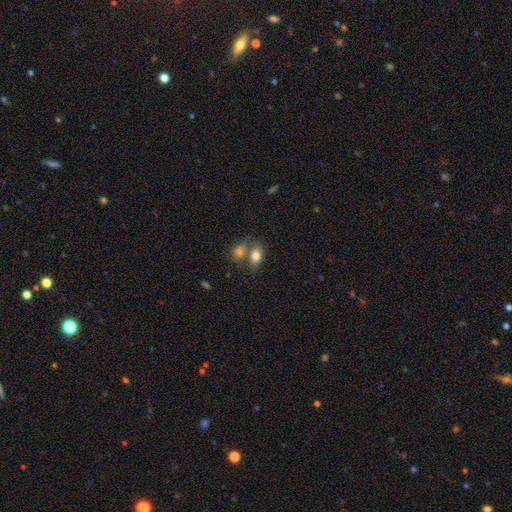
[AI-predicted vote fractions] smooth-or-featured: smooth: 80% | featured or disk: 11% | star or artifact: 9%
  how-rounded: in between: 82% | round: 16% | cigar-shaped: 2%
  merging: merger: 44% | none: 41% | minor disturbance: 11% | major disturbance: 4%